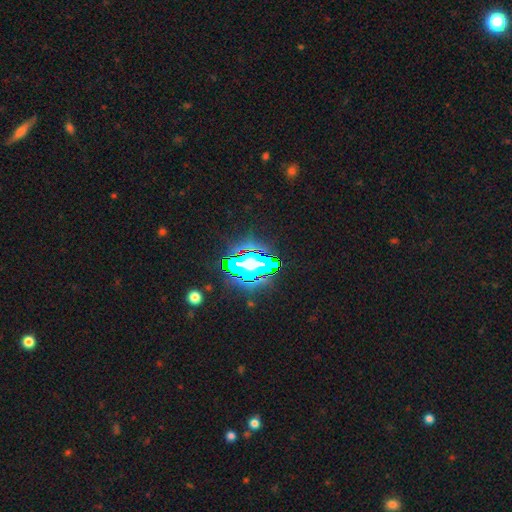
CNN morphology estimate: The model was most divided on "smooth or featured": star or artifact: 58%, smooth: 22%, featured or disk: 20%.